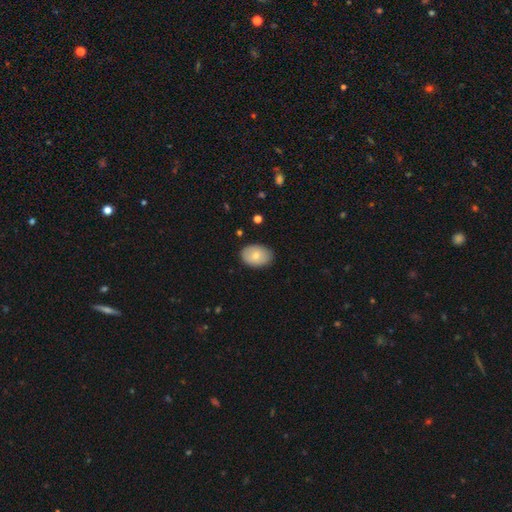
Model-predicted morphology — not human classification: Smooth or featured? smooth (73%)
How rounded? in between (82%)
Merging? none (85%)